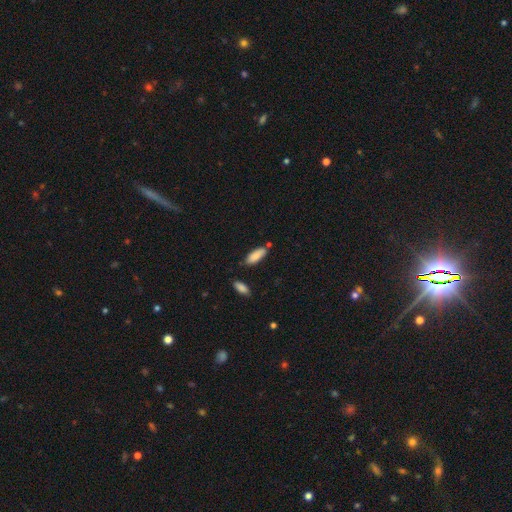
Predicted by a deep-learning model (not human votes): A smooth galaxy with no disk features (86%) that is in between round and cigar-shaped (69%).

Vote fractions:
- Smooth or featured? smooth: 86% / featured or disk: 8% / star or artifact: 6%
- How rounded? in between: 69% / cigar-shaped: 30% / round: 2%
- Merging? none: 74% / minor disturbance: 16% / merger: 7% / major disturbance: 3%